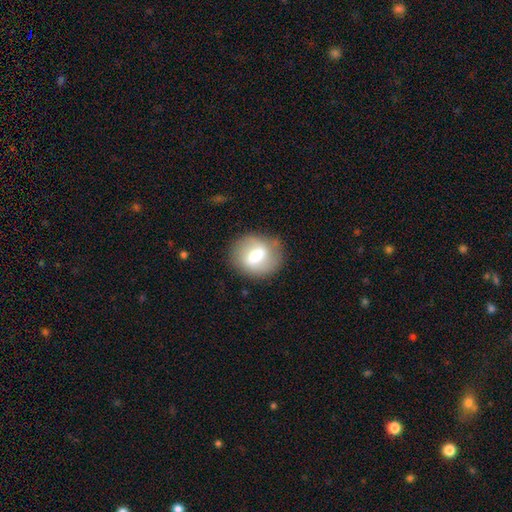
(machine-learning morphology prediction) A smooth galaxy with no disk features (55%) that is round (63%).

Vote fractions:
- Smooth or featured? smooth: 55% / featured or disk: 37% / star or artifact: 7%
- How rounded? round: 63% / in between: 36% / cigar-shaped: 2%
- Merging? none: 78% / minor disturbance: 15% / major disturbance: 6% / merger: 2%